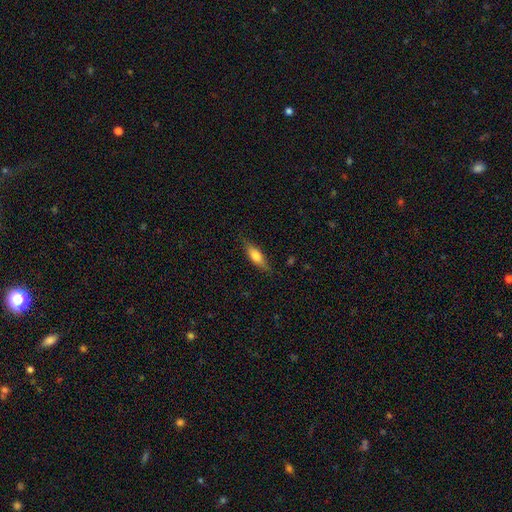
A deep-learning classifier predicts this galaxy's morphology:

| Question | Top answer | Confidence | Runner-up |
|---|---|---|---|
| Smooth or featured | smooth | 66% | featured or disk (28%) |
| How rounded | in between | 51% | cigar-shaped (47%) |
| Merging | none | 80% | minor disturbance (15%) |